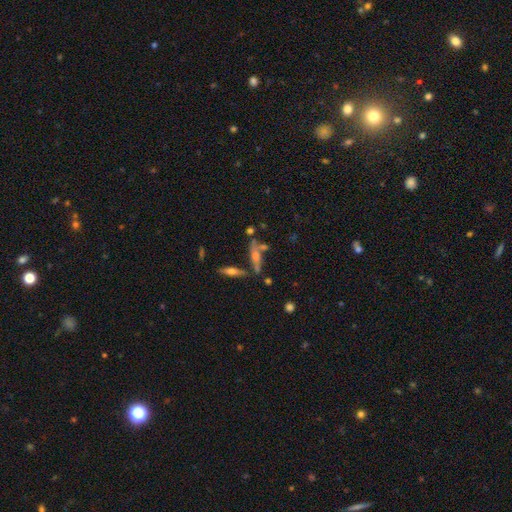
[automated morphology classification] Smooth or featured? featured or disk (58%)
Edge-on disk? yes (76%)
Merging? none (57%)